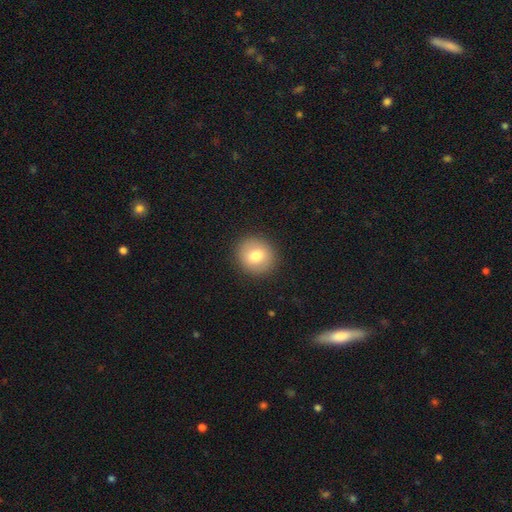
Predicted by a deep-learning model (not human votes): The model was most divided on "smooth or featured": smooth: 77%, featured or disk: 14%, star or artifact: 9%. More confident: merging — none (90%); how rounded — round (87%).